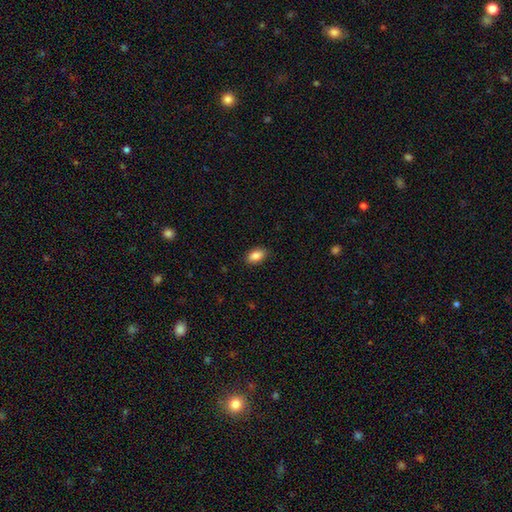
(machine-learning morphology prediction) This appears to be a smooth galaxy with no disk features (87%) that is in between round and cigar-shaped (90%). Merging: none (87%).